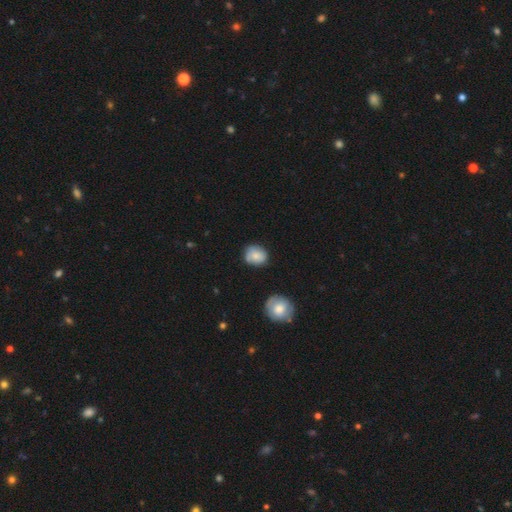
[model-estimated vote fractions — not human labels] Morphology: type=smooth (78%); roundness=round (68%); merging=none (71%).